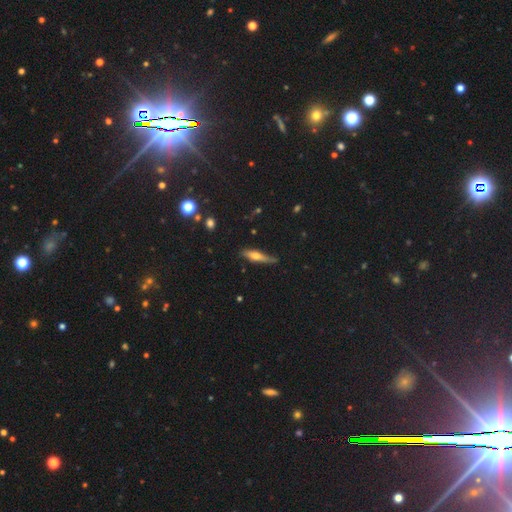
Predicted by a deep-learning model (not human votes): Overall: smooth (48%; featured or disk 44%). Merging: none (71%).